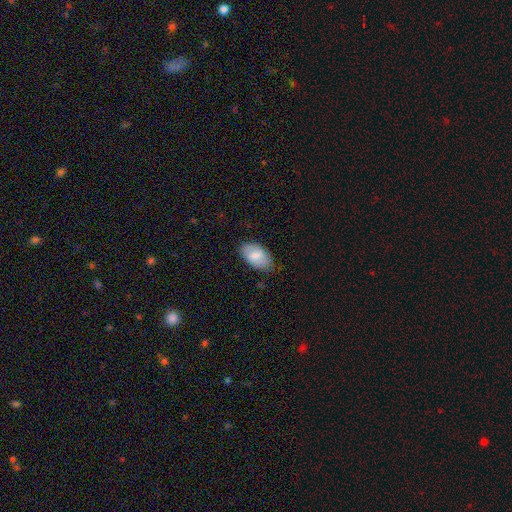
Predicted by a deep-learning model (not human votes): Smooth or featured?
  - smooth: 78% *
  - featured or disk: 15%
  - star or artifact: 6%
How rounded?
  - in between: 94% *
  - round: 4%
  - cigar-shaped: 2%
Merging?
  - none: 77% *
  - minor disturbance: 18%
  - major disturbance: 3%
  - merger: 1%